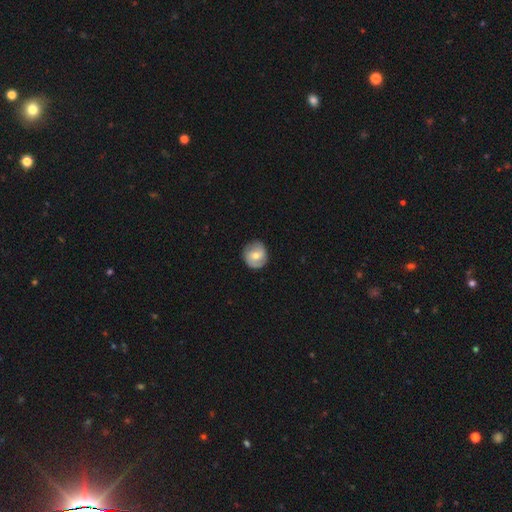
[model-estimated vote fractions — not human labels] smooth-or-featured: smooth: 50% | featured or disk: 44% | star or artifact: 7%
  merging: none: 81% | minor disturbance: 15% | major disturbance: 3% | merger: 1%